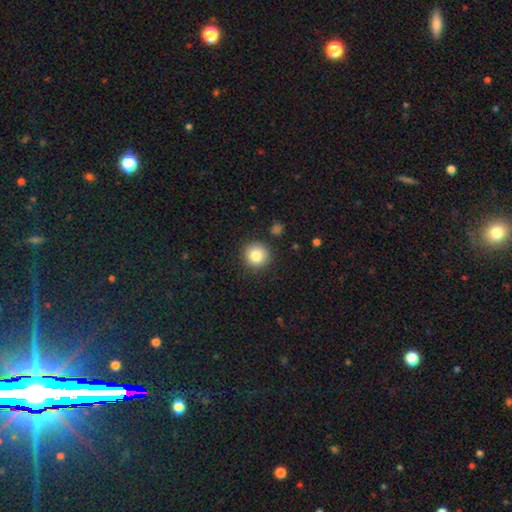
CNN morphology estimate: This appears to be a smooth galaxy with no disk features (84%) that is round (94%). Merging: none (89%).